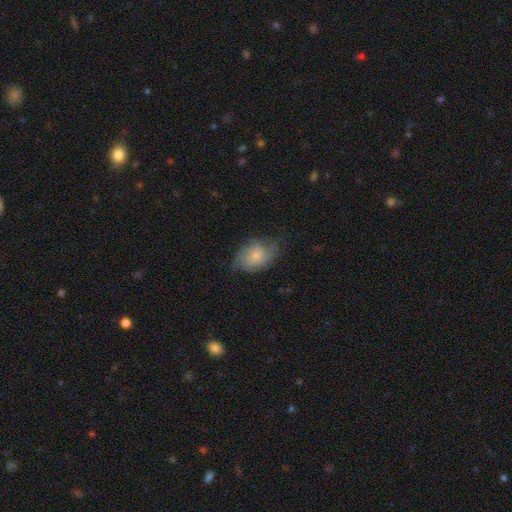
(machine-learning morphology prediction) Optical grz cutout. It shows a featured or disk galaxy (58%) with no bar (75%), spiral arms (89%) and a small central bulge (51%). Merging: none (65%).